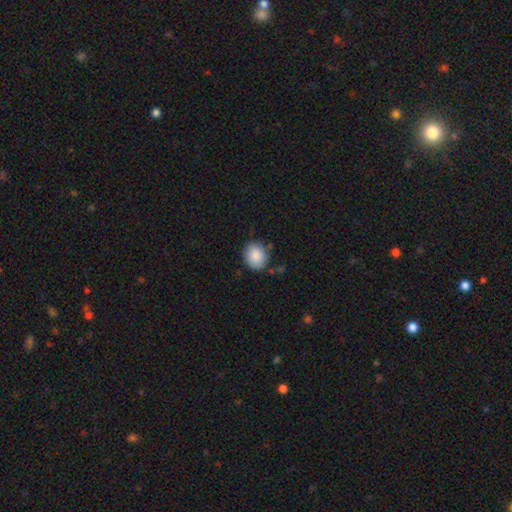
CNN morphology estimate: smooth 88%, star or artifact 7%, featured or disk 5%. Down the decision tree: how rounded — round (67%); merging — none (78%).